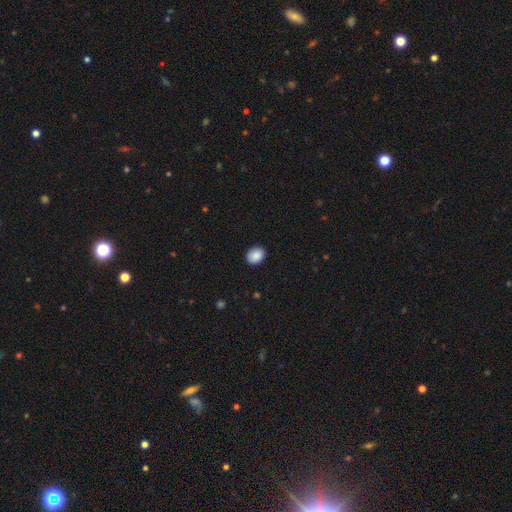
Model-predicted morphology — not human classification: A smooth galaxy with no disk features (89%) that is round (52%). Merging: none (89%).